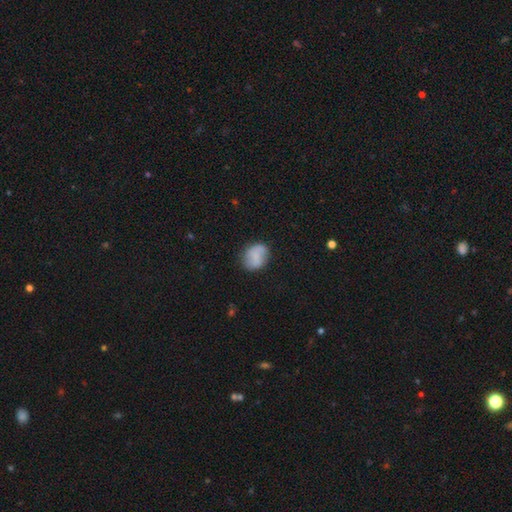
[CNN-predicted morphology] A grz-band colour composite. It shows a smooth galaxy with no disk features (70%) that is round (51%). Merging: none (74%).